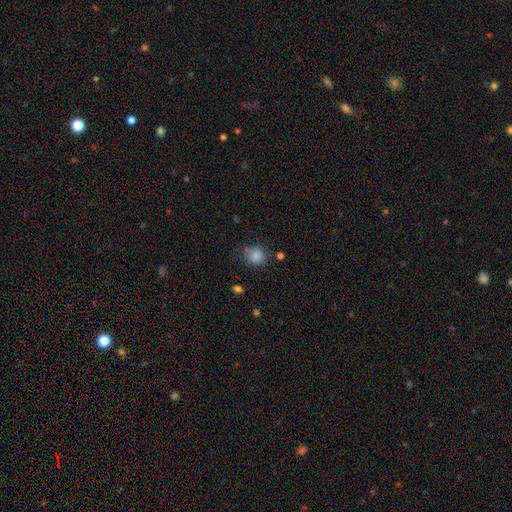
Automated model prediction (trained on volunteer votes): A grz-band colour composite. It shows a smooth galaxy with no disk features (83%) that is round (71%). Merging: none (64%).